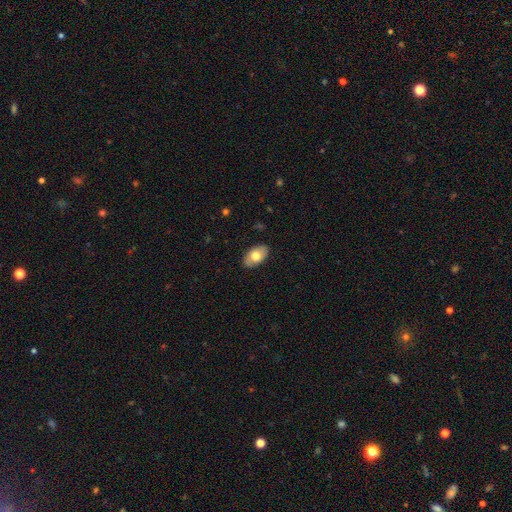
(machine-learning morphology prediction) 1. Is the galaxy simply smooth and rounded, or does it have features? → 71% smooth, 22% featured or disk, 6% star or artifact.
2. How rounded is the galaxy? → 93% in between, 5% round, 2% cigar-shaped.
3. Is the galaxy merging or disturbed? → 86% none, 11% minor disturbance, 2% major disturbance, 1% merger.